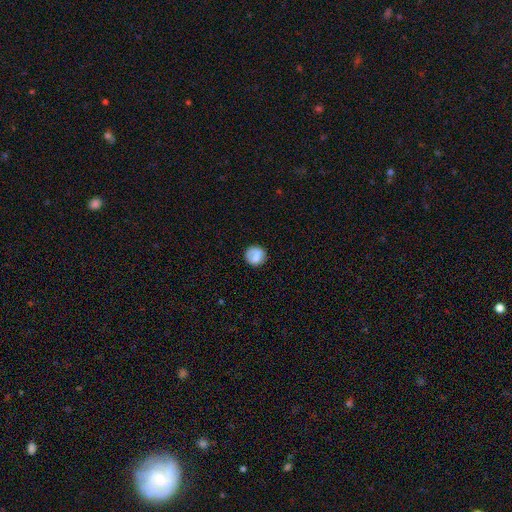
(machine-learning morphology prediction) A smooth galaxy with no disk features (76%) that is round (89%).

Vote fractions:
- Smooth or featured? smooth: 76% / featured or disk: 16% / star or artifact: 8%
- How rounded? round: 89% / in between: 10% / cigar-shaped: 1%
- Merging? none: 78% / minor disturbance: 15% / major disturbance: 5% / merger: 2%